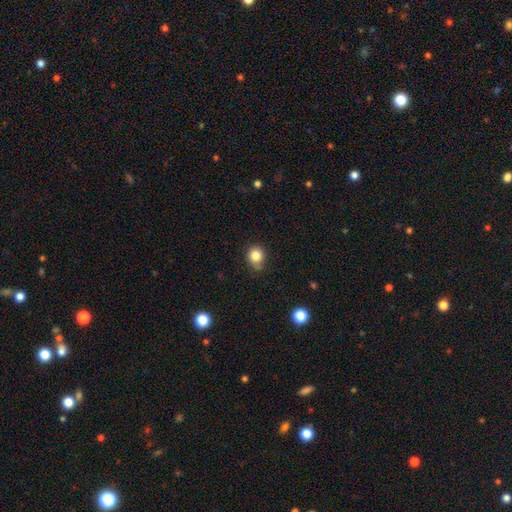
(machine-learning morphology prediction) Smooth or featured: smooth — 84% (star or artifact — 11%)
How rounded: round — 81% (in between — 18%)
Merging: none — 76% (minor disturbance — 18%)